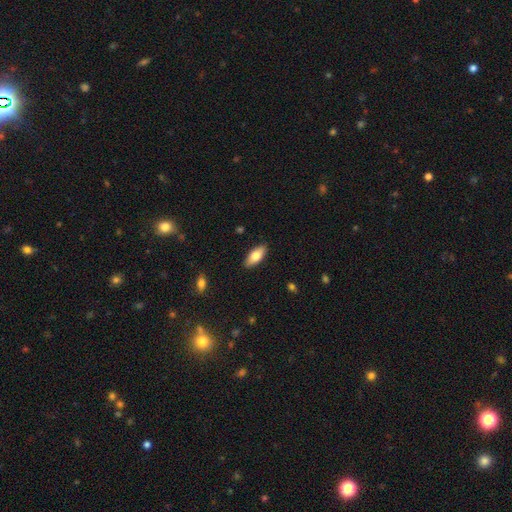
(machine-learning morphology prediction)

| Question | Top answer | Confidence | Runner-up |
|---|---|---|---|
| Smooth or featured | smooth | 76% | featured or disk (18%) |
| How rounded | in between | 85% | cigar-shaped (13%) |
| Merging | none | 88% | minor disturbance (9%) |